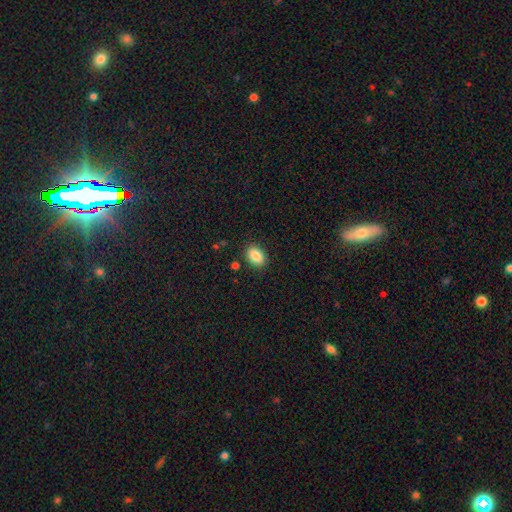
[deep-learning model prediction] smooth 86%, star or artifact 8%, featured or disk 5%. Down the decision tree: how rounded — in between (84%); merging — none (86%).